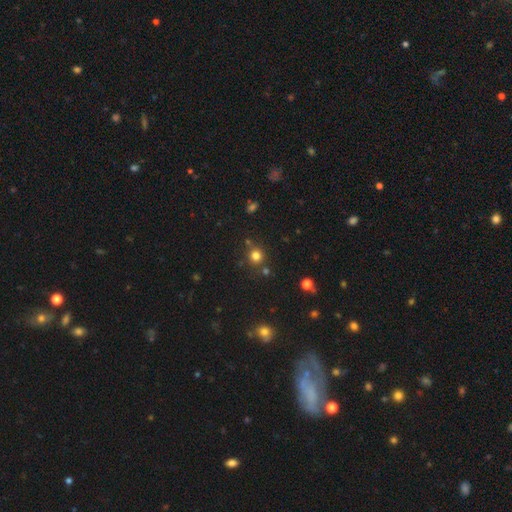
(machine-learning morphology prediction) The model was most divided on "smooth or featured": smooth: 77%, star or artifact: 17%, featured or disk: 6%. More confident: how rounded — round (92%); merging — none (77%).